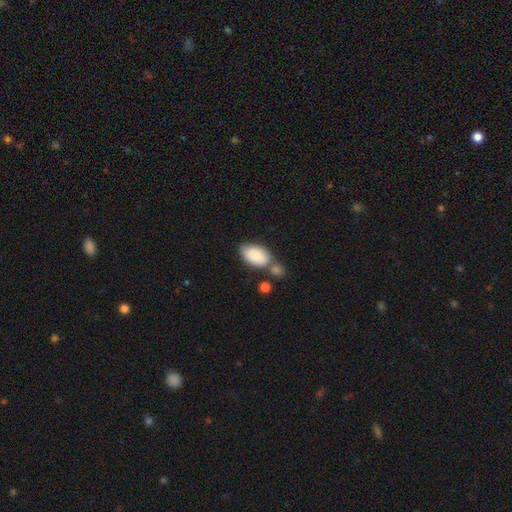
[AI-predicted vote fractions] Smooth or featured?
  - smooth: 84% *
  - featured or disk: 10%
  - star or artifact: 6%
How rounded?
  - in between: 94% *
  - round: 4%
  - cigar-shaped: 2%
Merging?
  - none: 48% *
  - merger: 27%
  - minor disturbance: 18%
  - major disturbance: 6%